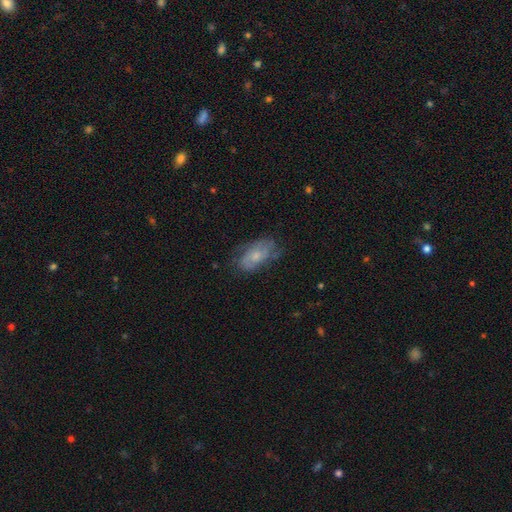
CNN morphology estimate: Smooth or featured?
  - featured or disk: 48% *
  - smooth: 44%
  - star or artifact: 8%
Merging?
  - none: 61% *
  - minor disturbance: 26%
  - major disturbance: 11%
  - merger: 2%